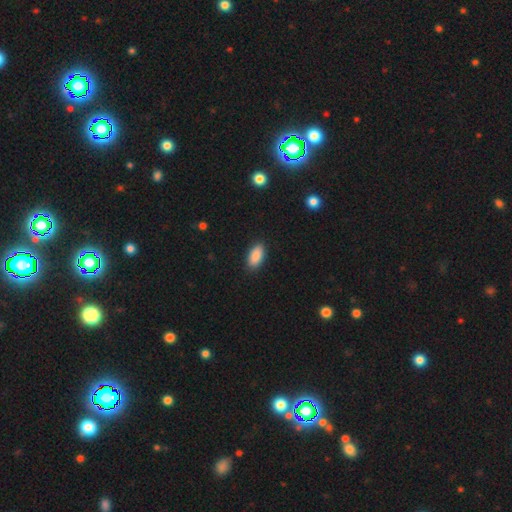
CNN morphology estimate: Smooth or featured? smooth (90%)
How rounded? in between (92%)
Merging? none (89%)